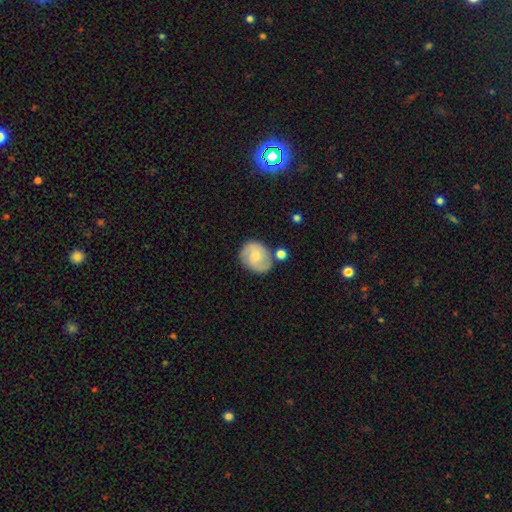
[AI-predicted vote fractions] Morphology: type=featured or disk (59%); edge-on=no (97%); bar=no (63%); spiral arms=yes (88%); winding=medium (46%); arm count=2 (80%); bulge=small (49%); merging=none (69%).